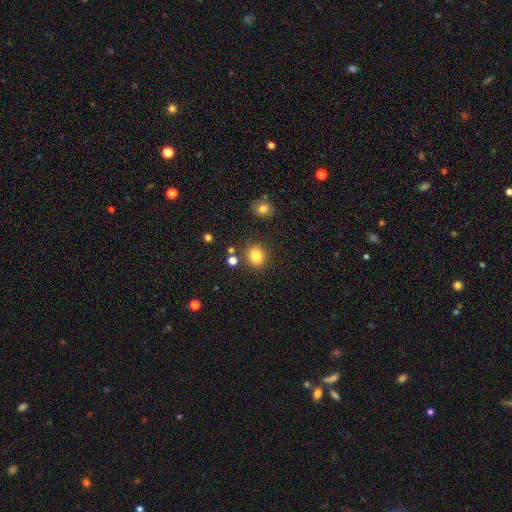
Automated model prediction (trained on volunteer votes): A smooth galaxy with no disk features (83%) that is round (78%). Merging: none (84%).